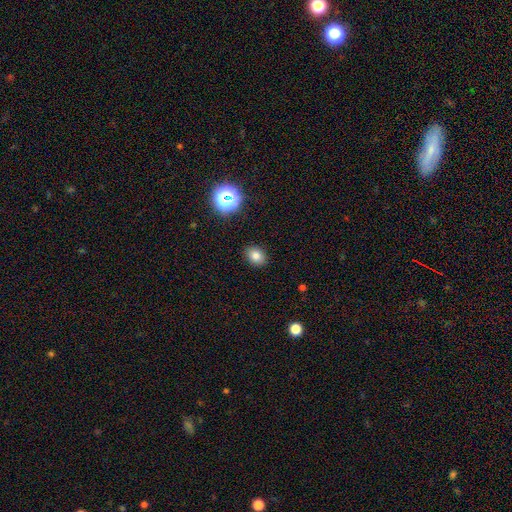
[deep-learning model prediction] Smooth or featured? smooth (79%)
How rounded? in between (54%)
Merging? none (89%)